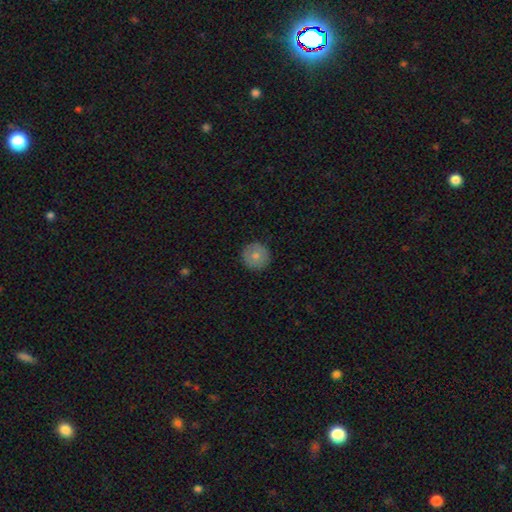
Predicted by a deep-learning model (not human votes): Smooth or featured? smooth (76%)
How rounded? round (96%)
Merging? none (90%)